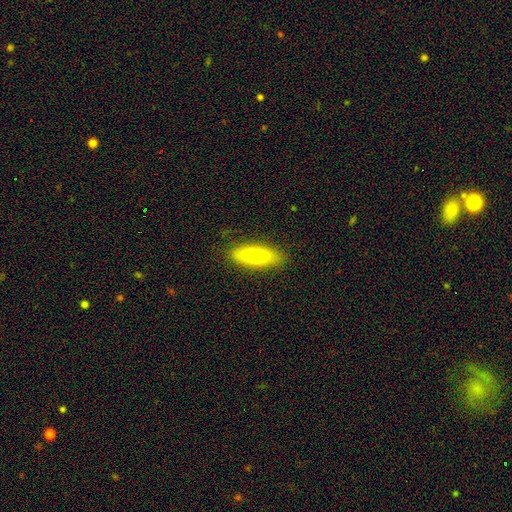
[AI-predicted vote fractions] Smooth or featured?
  - smooth: 85% *
  - featured or disk: 9%
  - star or artifact: 6%
How rounded?
  - in between: 62% *
  - cigar-shaped: 36%
  - round: 2%
Merging?
  - none: 85% *
  - minor disturbance: 11%
  - major disturbance: 3%
  - merger: 1%